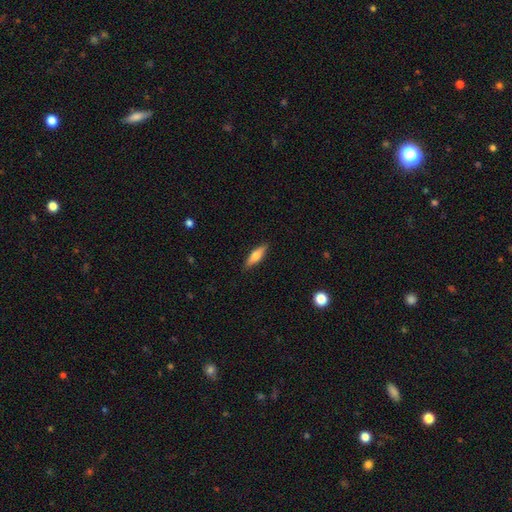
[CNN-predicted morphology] type=smooth (61%); roundness=cigar-shaped (58%); merging=none (88%).